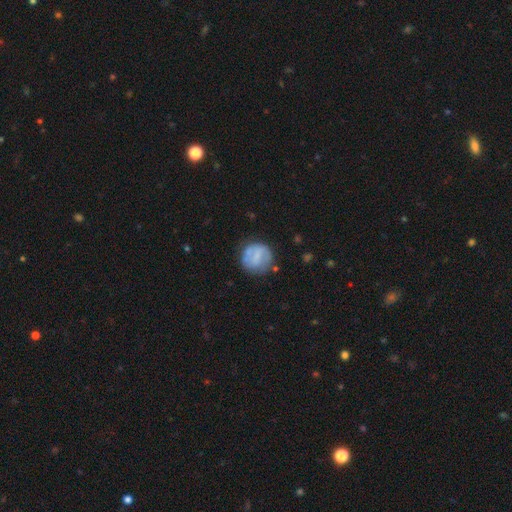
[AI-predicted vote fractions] smooth-or-featured: smooth: 55% | featured or disk: 37% | star or artifact: 7%
  how-rounded: round: 89% | in between: 10% | cigar-shaped: 1%
  merging: none: 69% | minor disturbance: 19% | major disturbance: 8% | merger: 3%